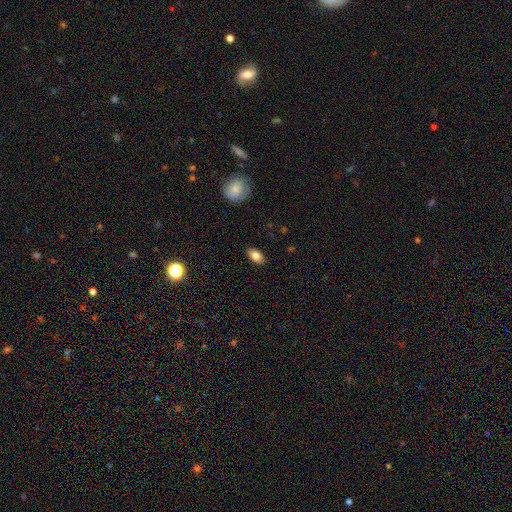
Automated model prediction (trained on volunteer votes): smooth 81%, featured or disk 11%, star or artifact 8%. Down the decision tree: how rounded — in between (91%); merging — none (88%).